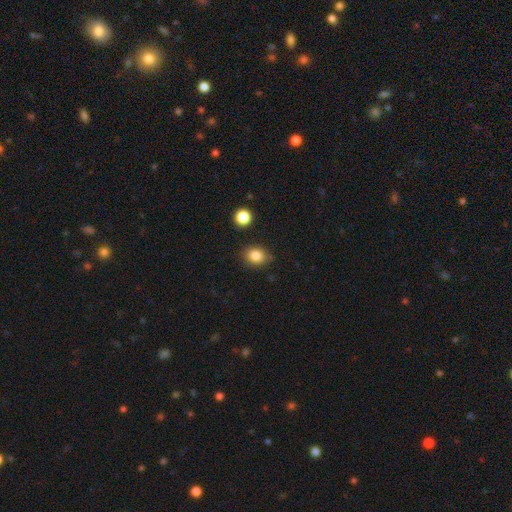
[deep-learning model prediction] This is clearly a smooth galaxy (84%). How rounded: possibly round (59%). Merging: clearly none (81%).